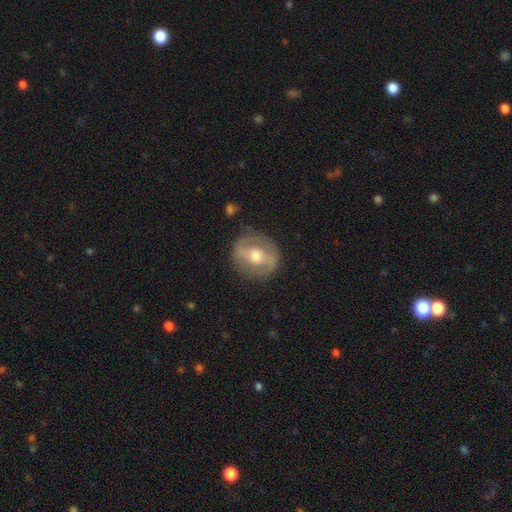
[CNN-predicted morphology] The model was most divided on "spiral arms" (2-way tie): no: 50%, yes: 50%. Remaining: edge-on disk — no (94%); merging — none (82%); bulge size — moderate (72%); smooth or featured — featured or disk (64%); bar — weak (37%).